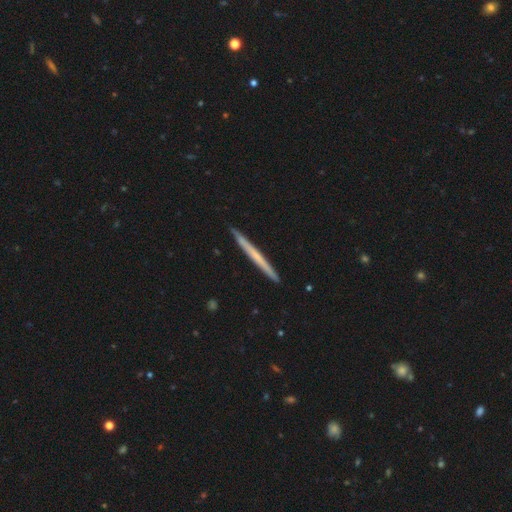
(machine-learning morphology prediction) This appears to be a featured or disk galaxy (50%). Merging: none (92%).